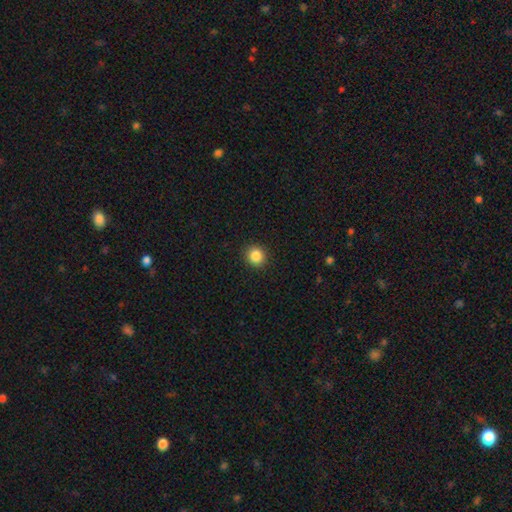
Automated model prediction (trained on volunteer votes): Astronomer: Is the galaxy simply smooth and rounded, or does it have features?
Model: smooth — 86%.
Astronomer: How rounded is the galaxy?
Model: round — 89%.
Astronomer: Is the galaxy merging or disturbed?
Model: none — 92%.